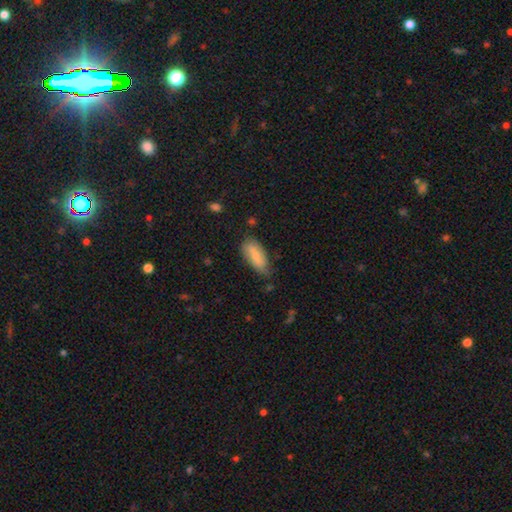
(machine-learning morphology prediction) Q: Smooth or featured?
A: smooth (75%); runner-up: featured or disk (19%)
Q: How rounded?
A: in between (83%); runner-up: cigar-shaped (15%)
Q: Merging?
A: none (63%); runner-up: minor disturbance (28%)